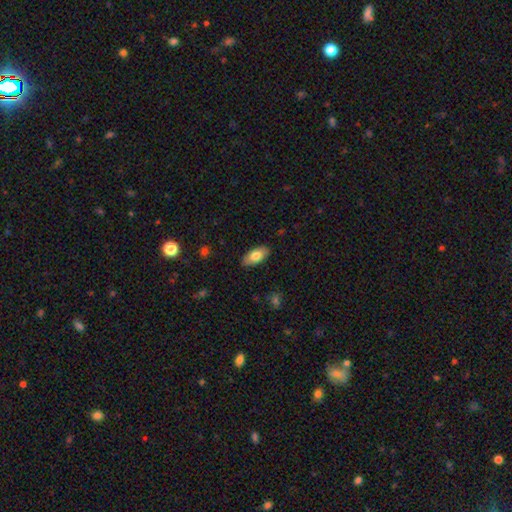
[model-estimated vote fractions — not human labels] A smooth galaxy with no disk features (76%) that is in between round and cigar-shaped (92%).

Vote fractions:
- Smooth or featured? smooth: 76% / featured or disk: 17% / star or artifact: 6%
- How rounded? in between: 92% / cigar-shaped: 5% / round: 2%
- Merging? none: 87% / minor disturbance: 10% / major disturbance: 2% / merger: 1%